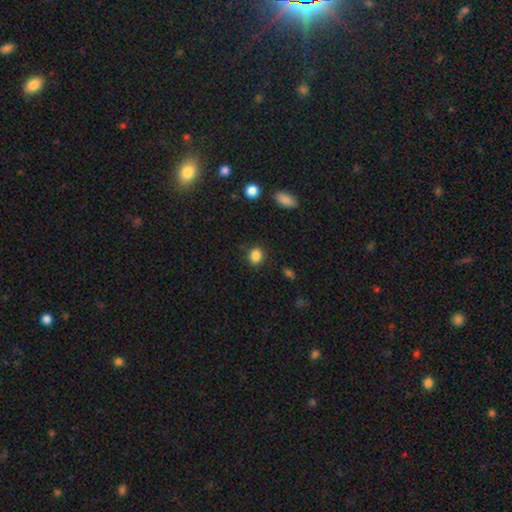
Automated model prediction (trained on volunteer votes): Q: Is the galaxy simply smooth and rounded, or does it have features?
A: smooth — 86%.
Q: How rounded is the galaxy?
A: round — 58%.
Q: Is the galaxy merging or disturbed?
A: none — 87%.